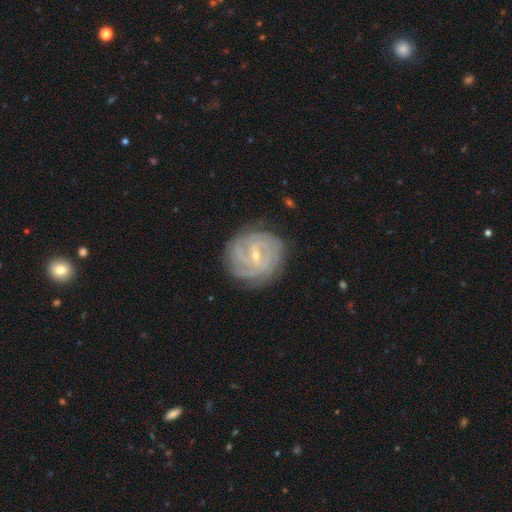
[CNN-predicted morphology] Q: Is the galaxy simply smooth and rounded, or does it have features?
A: featured or disk — 89%.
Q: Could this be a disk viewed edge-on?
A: no — 97%.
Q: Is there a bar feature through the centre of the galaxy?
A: weak — 53%.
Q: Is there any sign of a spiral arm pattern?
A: yes — 98%.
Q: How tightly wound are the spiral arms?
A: tight — 78%.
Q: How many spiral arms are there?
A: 3 — 23%, tied with can't tell.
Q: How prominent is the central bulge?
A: small — 72%.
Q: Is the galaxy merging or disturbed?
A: none — 81%.